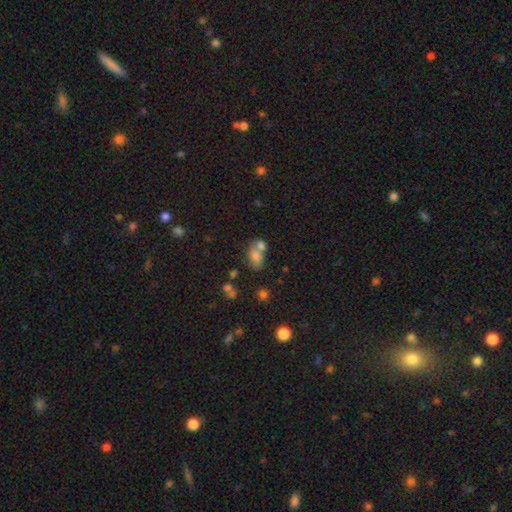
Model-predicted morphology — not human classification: smooth 69%, featured or disk 19%, star or artifact 12%. Down the decision tree: how rounded — in between (81%); merging — merger (53%).